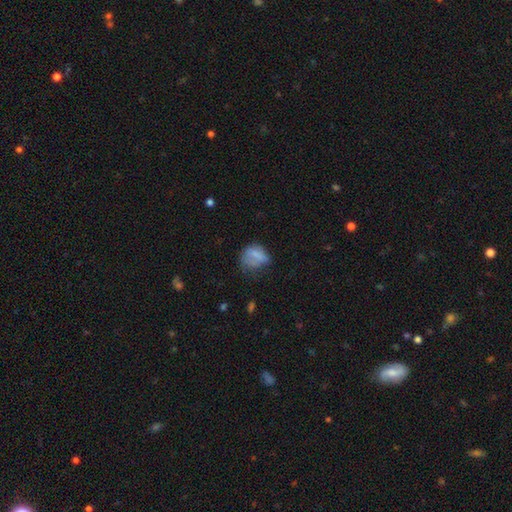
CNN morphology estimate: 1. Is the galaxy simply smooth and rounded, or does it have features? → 69% smooth, 20% featured or disk, 11% star or artifact.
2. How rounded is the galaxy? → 52% round, 46% in between, 2% cigar-shaped.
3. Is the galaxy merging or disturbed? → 38% none, 32% minor disturbance, 26% major disturbance, 4% merger.